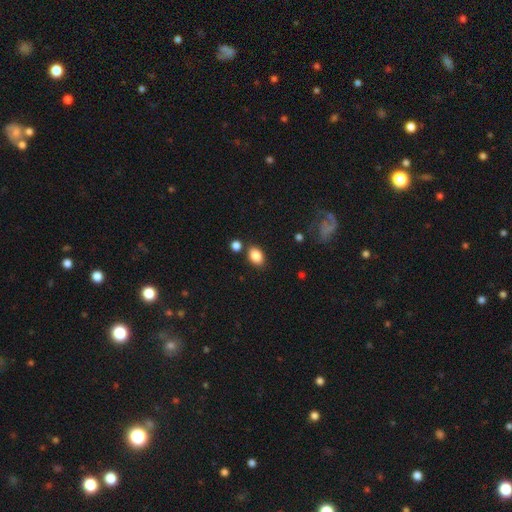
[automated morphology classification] Overall: smooth (85%). How rounded: in between (80%). Merging: none (78%).